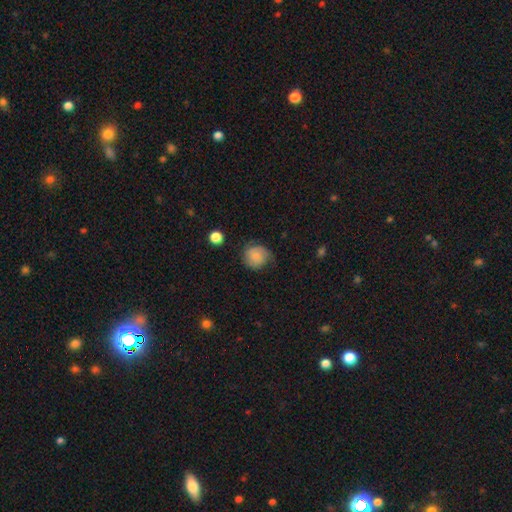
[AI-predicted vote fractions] Smooth or featured?
  - smooth: 72% *
  - featured or disk: 19%
  - star or artifact: 9%
How rounded?
  - round: 82% *
  - in between: 17%
  - cigar-shaped: 1%
Merging?
  - none: 61% *
  - minor disturbance: 27%
  - major disturbance: 10%
  - merger: 2%